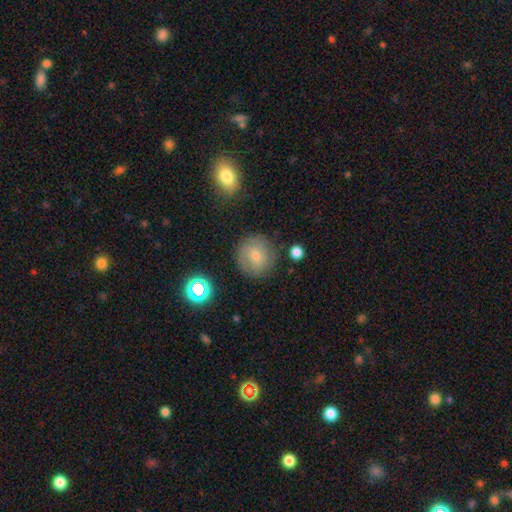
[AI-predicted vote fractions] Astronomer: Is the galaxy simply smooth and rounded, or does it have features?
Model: smooth — 51% (runner-up: featured or disk, 35%).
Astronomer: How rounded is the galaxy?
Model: round — 90%.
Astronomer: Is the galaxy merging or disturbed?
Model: none — 82%.